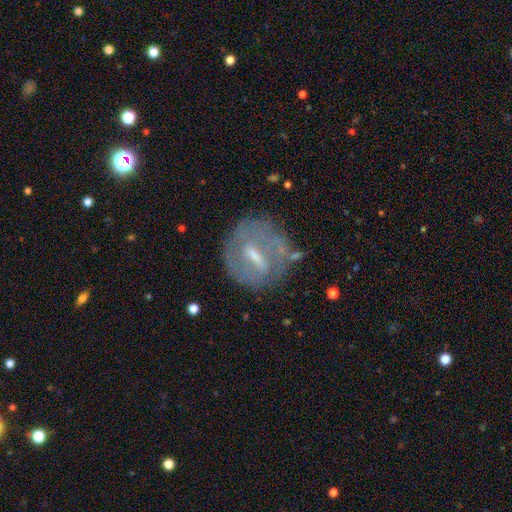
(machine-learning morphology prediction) Q: Smooth or featured?
A: featured or disk (68%); runner-up: smooth (23%)
Q: Edge-on disk?
A: no (91%); runner-up: yes (9%)
Q: Bar?
A: strong (46%); runner-up: weak (42%)
Q: Spiral arms?
A: yes (57%); runner-up: no (43%)
Q: Bulge size?
A: small (41%); runner-up: moderate (39%)
Q: Merging?
A: none (68%); runner-up: minor disturbance (18%)